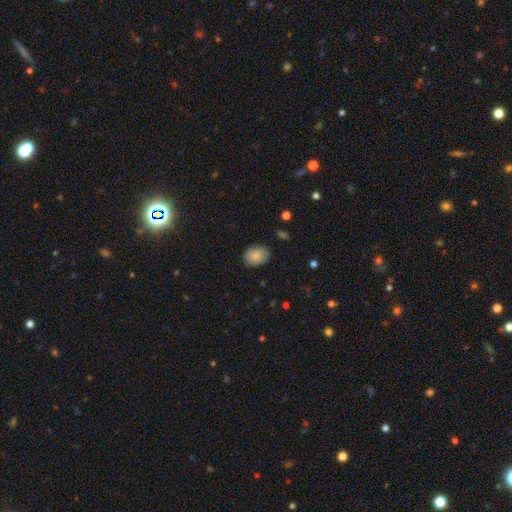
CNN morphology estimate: type=smooth (84%); roundness=in between (64%); merging=none (82%).